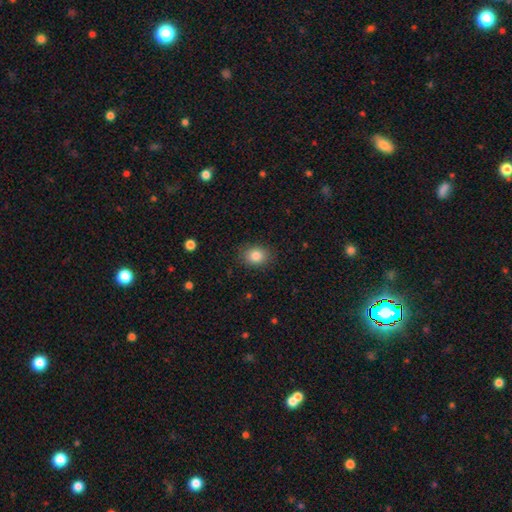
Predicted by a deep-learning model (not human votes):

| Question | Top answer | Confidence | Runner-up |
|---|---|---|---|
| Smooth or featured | smooth | 84% | star or artifact (10%) |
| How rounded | in between | 51% | round (48%) |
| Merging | none | 86% | minor disturbance (10%) |